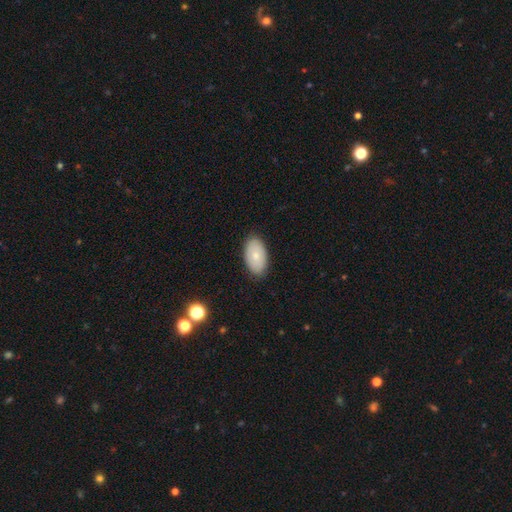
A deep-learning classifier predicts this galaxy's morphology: Smooth or featured: smooth — 76% (featured or disk — 18%)
How rounded: in between — 95% (round — 4%)
Merging: none — 86% (minor disturbance — 11%)